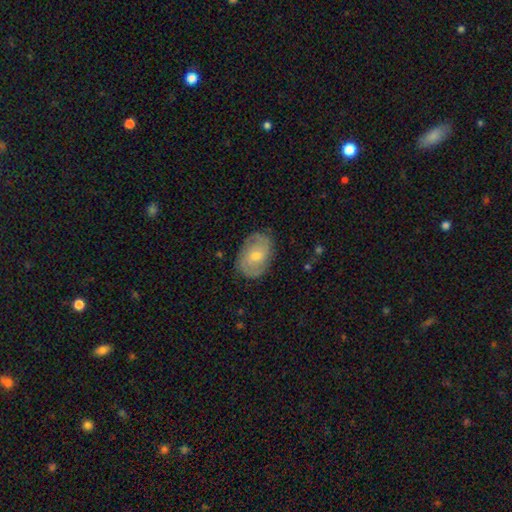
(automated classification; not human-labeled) This appears to be a featured or disk galaxy (65%) with no bar (62%), 2 (55%) tight (49%) spiral arms (85%) and a moderate central bulge (52%). Merging: none (80%).